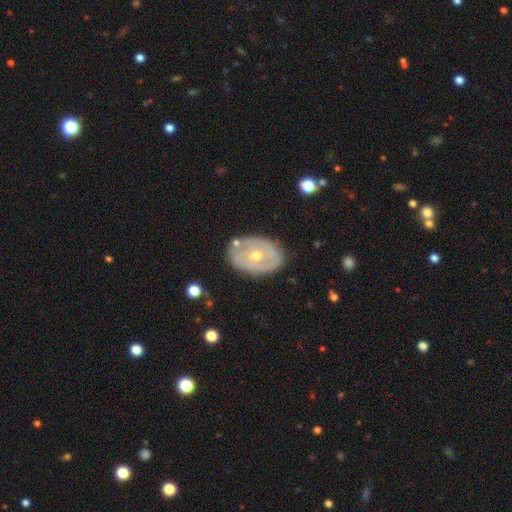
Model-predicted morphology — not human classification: The model was most divided on "bulge size": moderate: 58%, small: 39%, large: 2%, none: 1%, dominant: 1%. More confident: edge-on disk — no (92%); merging — none (78%); bar — no (72%); spiral arms — no (69%); smooth or featured — featured or disk (64%).